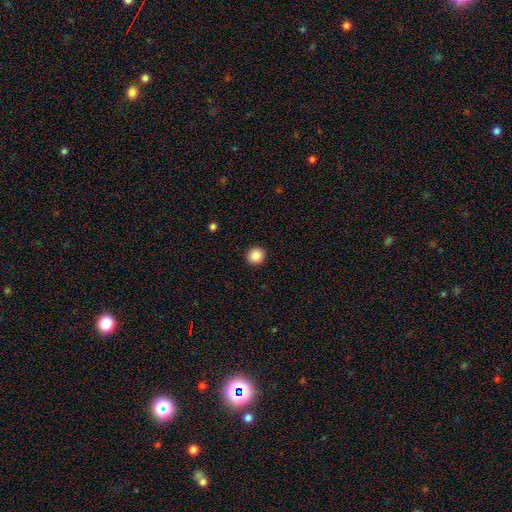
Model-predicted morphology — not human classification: A smooth galaxy with no disk features (89%) that is round (91%). Merging: none (93%).